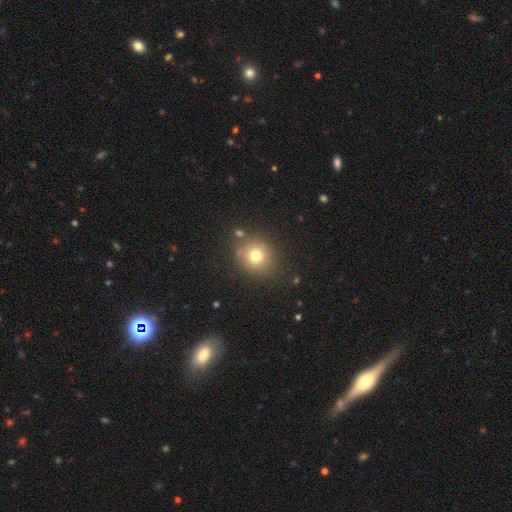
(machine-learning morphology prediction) This is likely a smooth galaxy (74%). How rounded: clearly round (85%). Merging: clearly none (81%).